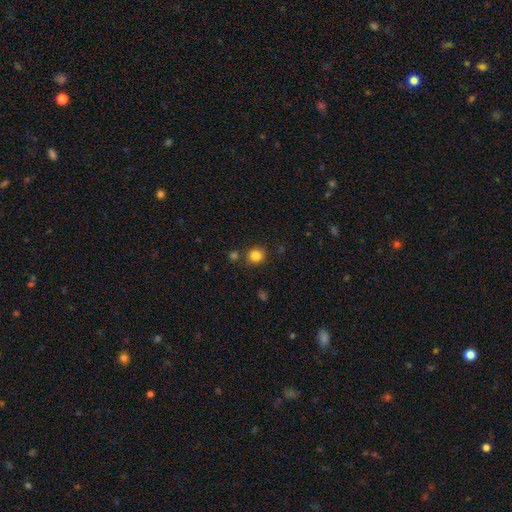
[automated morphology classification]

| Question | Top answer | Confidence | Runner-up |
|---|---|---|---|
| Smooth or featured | smooth | 83% | star or artifact (12%) |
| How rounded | round | 88% | in between (11%) |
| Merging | none | 81% | minor disturbance (9%) |